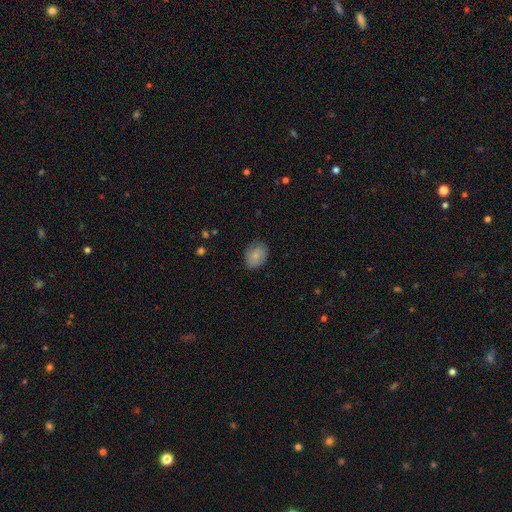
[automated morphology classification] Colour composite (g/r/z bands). It shows a smooth galaxy with no disk features (79%) that is in between round and cigar-shaped (58%). Merging: none (78%).